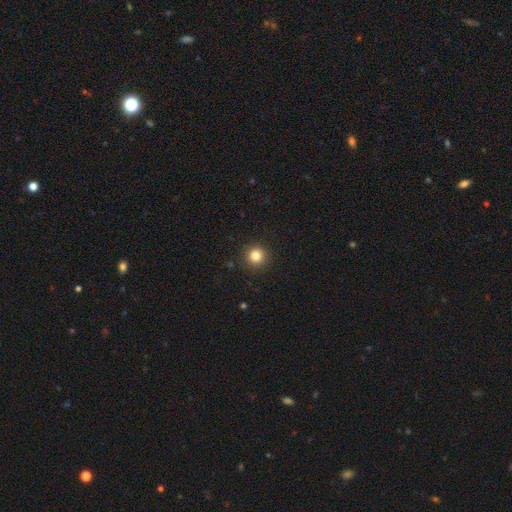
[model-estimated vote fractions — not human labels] Morphology: type=smooth (83%); roundness=round (95%); merging=none (92%).